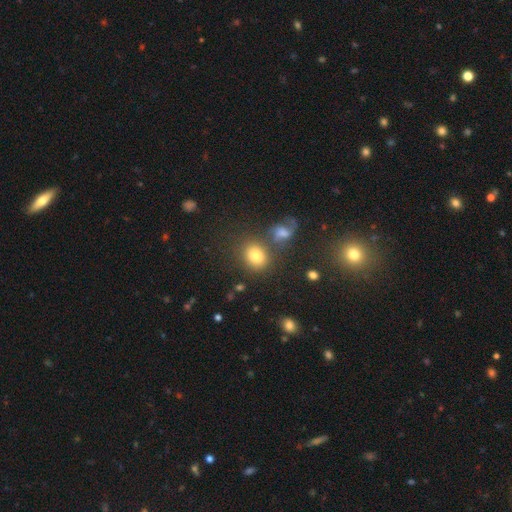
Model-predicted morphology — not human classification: This appears to be a smooth galaxy with no disk features (76%) that is round (56%). Merging: none (68%).